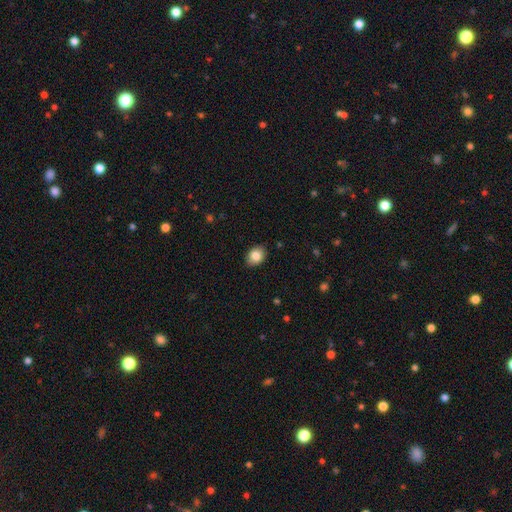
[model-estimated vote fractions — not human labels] Overall: smooth (85%). How rounded: in between (65%; round 34%). Merging: none (88%).